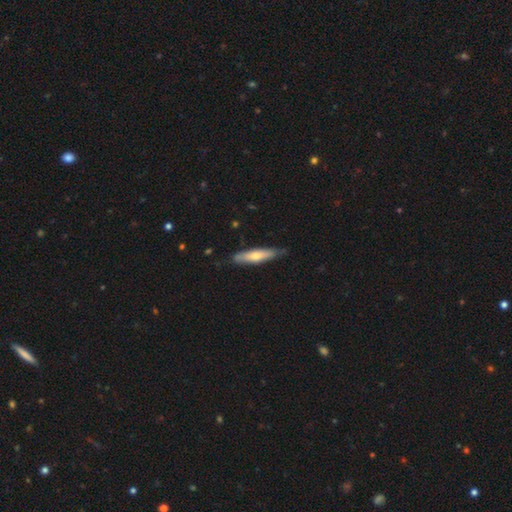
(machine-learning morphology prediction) Smooth or featured? smooth (58%)
How rounded? cigar-shaped (81%)
Merging? none (77%)